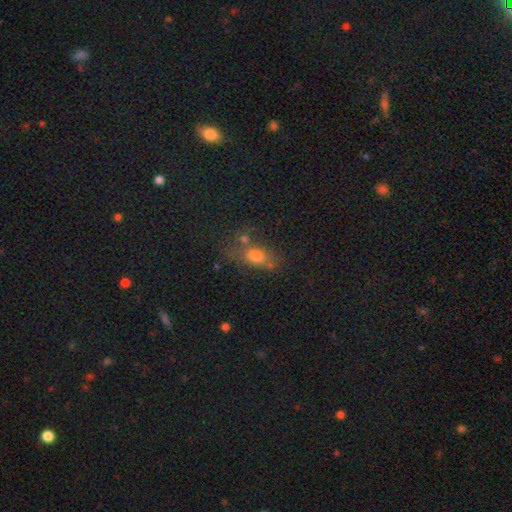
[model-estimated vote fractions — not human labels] Smooth or featured: smooth — 70% (star or artifact — 15%)
How rounded: in between — 62% (round — 31%)
Merging: none — 47% (merger — 25%)